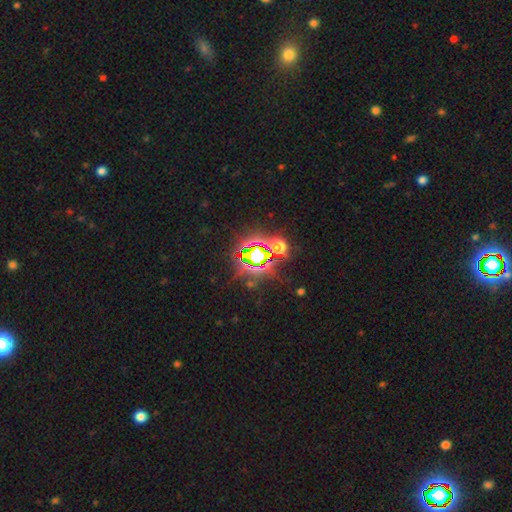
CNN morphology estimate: smooth-or-featured: star or artifact: 76% | smooth: 13% | featured or disk: 10%